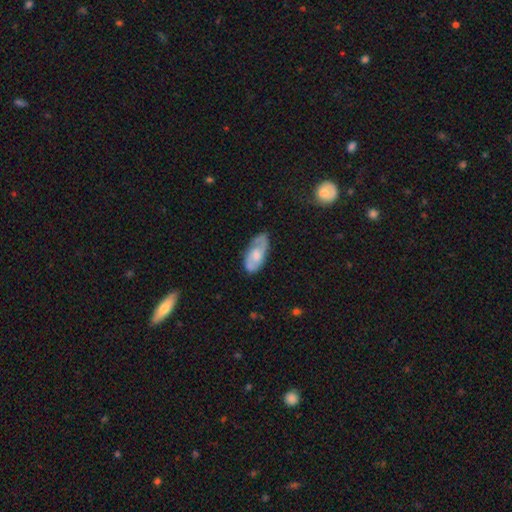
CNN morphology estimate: A featured or disk galaxy (61%) with no bar (61%), spiral arms (87%) and a moderate central bulge (45%). Merging: none (70%).